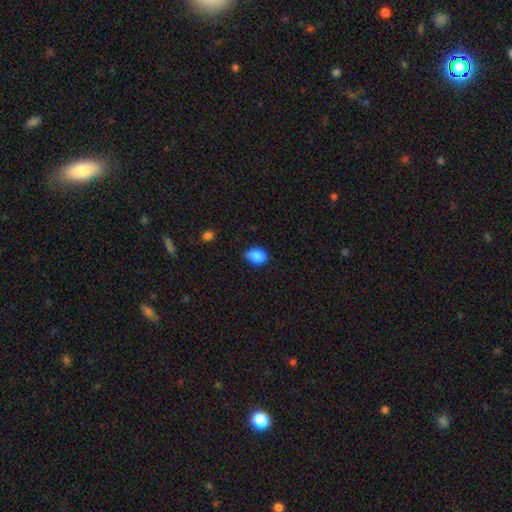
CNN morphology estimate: This appears to be a smooth galaxy with no disk features (86%) that is in between round and cigar-shaped (76%). Merging: none (66%).